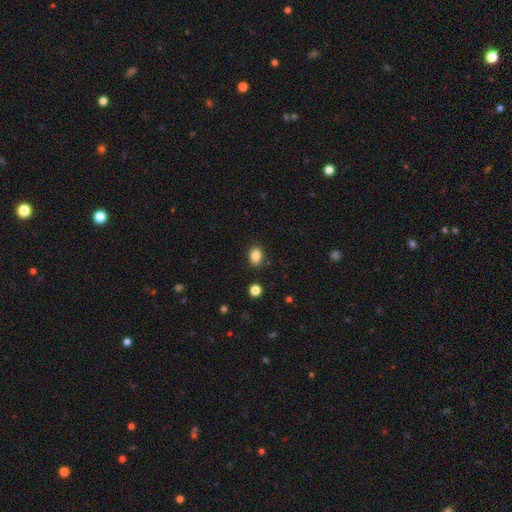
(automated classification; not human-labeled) smooth 86%, star or artifact 10%, featured or disk 5%. Down the decision tree: how rounded — in between (73%); merging — none (87%).